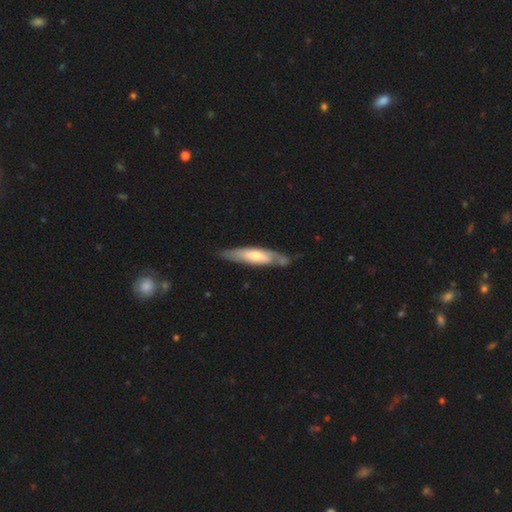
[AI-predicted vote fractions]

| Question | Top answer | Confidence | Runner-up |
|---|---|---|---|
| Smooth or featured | featured or disk | 60% | smooth (34%) |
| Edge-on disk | yes | 53% | no (47%) |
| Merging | none | 73% | minor disturbance (20%) |